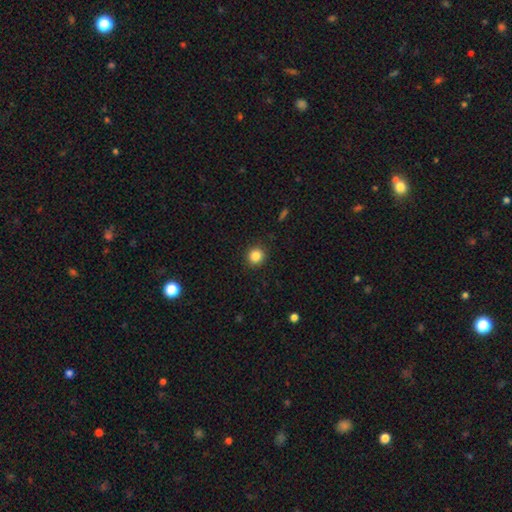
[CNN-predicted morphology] This appears to be a smooth galaxy with no disk features (86%) that is round (91%). Merging: none (90%).